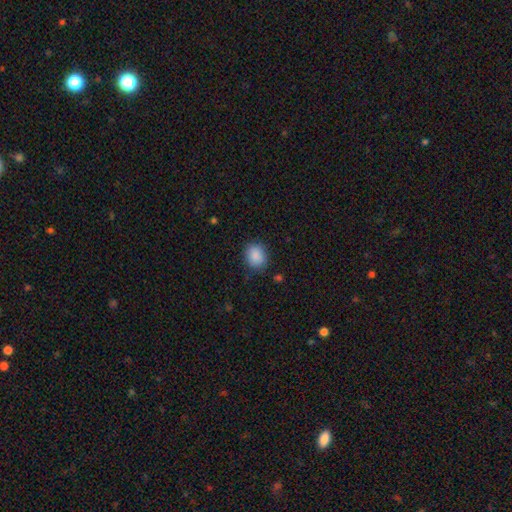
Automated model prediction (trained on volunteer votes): This is clearly a smooth galaxy (88%). How rounded: possibly round (59%). Merging: clearly none (83%).